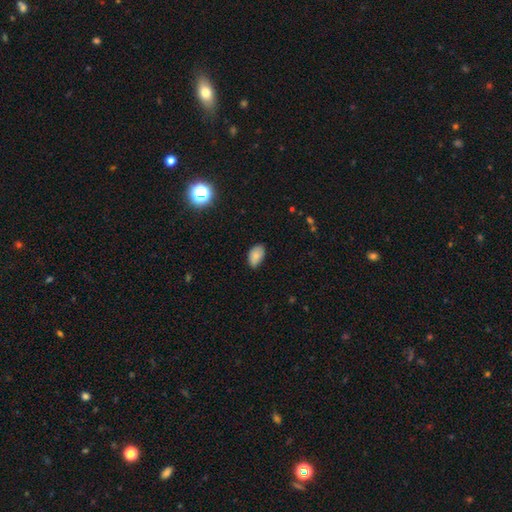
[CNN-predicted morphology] Smooth or featured? smooth (81%)
How rounded? in between (91%)
Merging? none (72%)